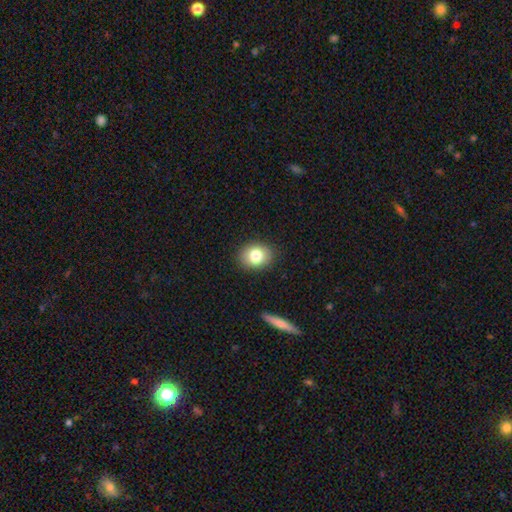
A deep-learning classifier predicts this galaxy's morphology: Overall: smooth (80%). How rounded: in between (50%; round 49%). Merging: none (88%).